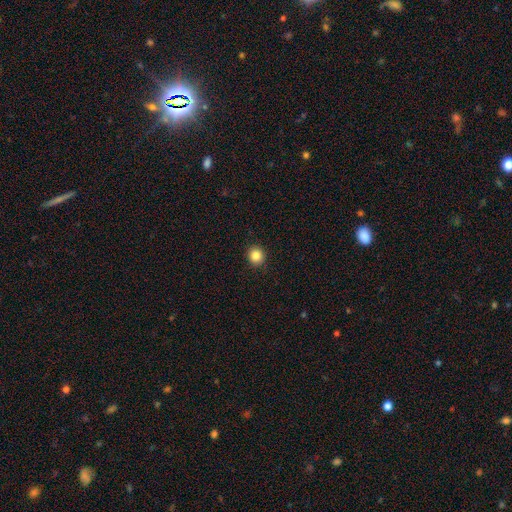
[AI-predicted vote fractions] This appears to be a smooth galaxy with no disk features (85%) that is round (88%). Merging: none (92%).